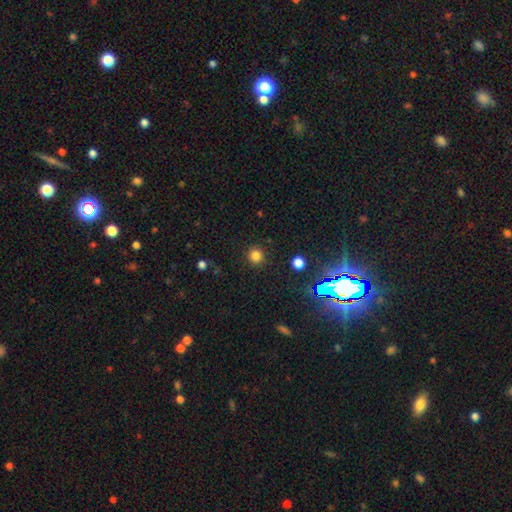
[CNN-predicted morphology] A smooth galaxy with no disk features (81%) that is round (94%). Merging: none (91%).